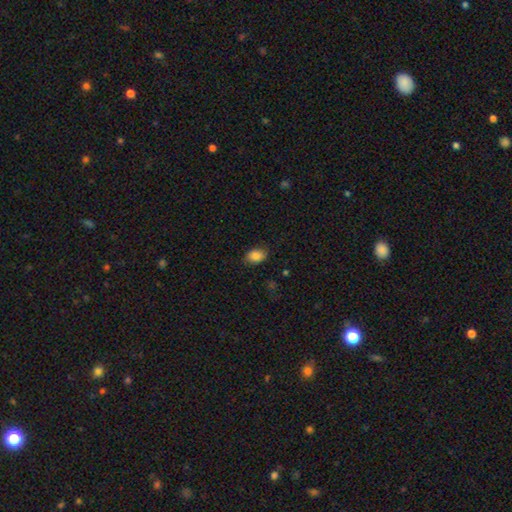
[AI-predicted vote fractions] This is clearly a smooth galaxy (85%). How rounded: clearly in between (80%). Merging: clearly none (83%).